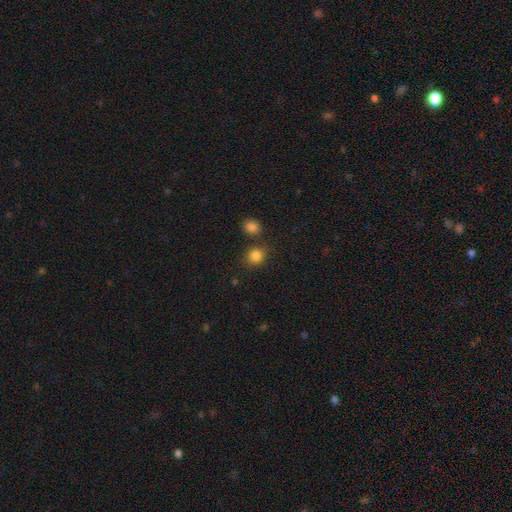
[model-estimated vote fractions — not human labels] smooth 84%, star or artifact 12%, featured or disk 4%. Down the decision tree: how rounded — round (81%); merging — none (75%).